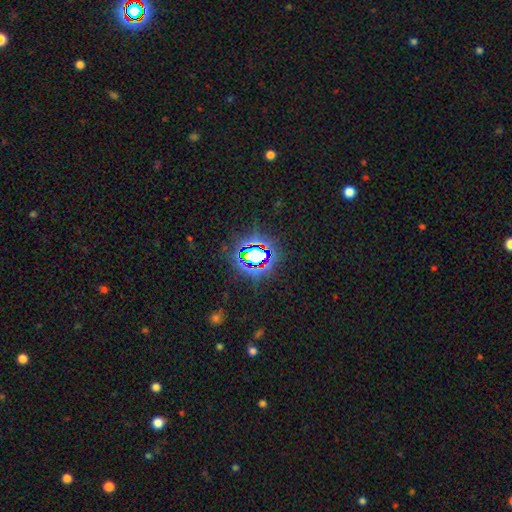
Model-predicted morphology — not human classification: Smooth or featured: star or artifact — 74% (smooth — 15%)